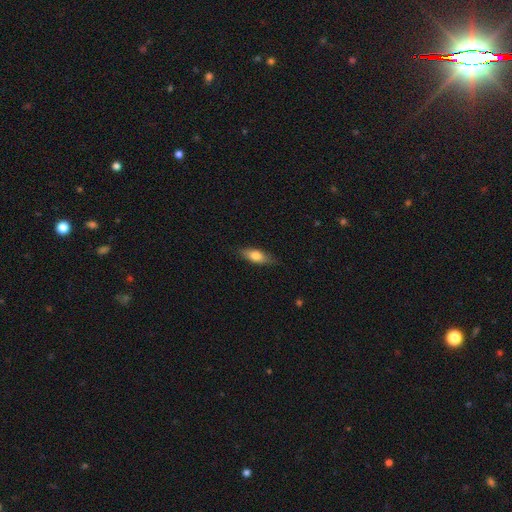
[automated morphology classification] smooth_or_featured: smooth (p=0.72) [alt: featured or disk p=0.21]
how_rounded: in between (p=0.72) [alt: cigar-shaped p=0.25]
merging: none (p=0.81) [alt: minor disturbance p=0.16]